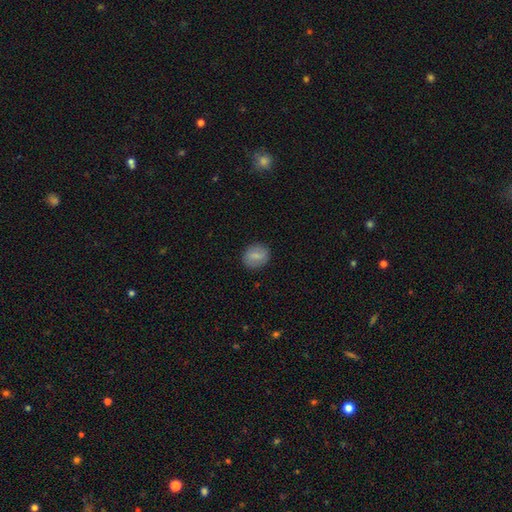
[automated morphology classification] The model was most divided on "how rounded": round: 71%, in between: 28%, cigar-shaped: 1%. More confident: merging — none (87%); smooth or featured — smooth (77%).